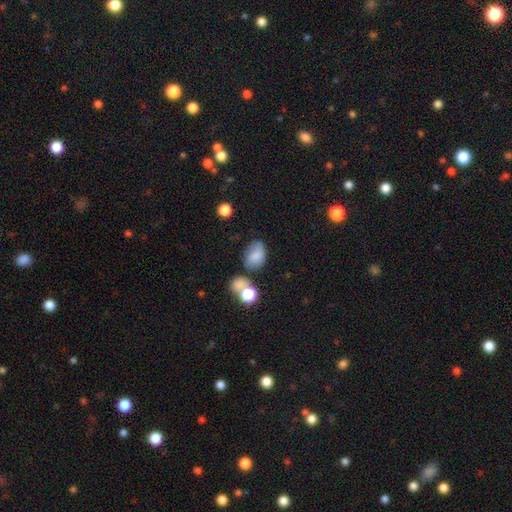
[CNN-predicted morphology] Overall: smooth (78%). How rounded: in between (77%). Merging: none (50%; minor disturbance 24%).